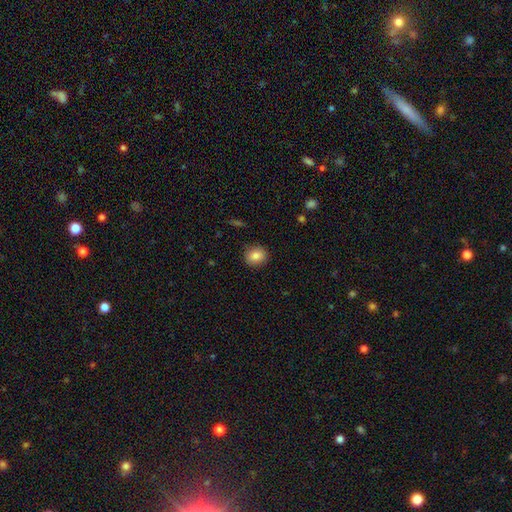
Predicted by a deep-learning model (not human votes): smooth_or_featured: smooth (p=0.84) [alt: star or artifact p=0.09]
how_rounded: round (p=0.75) [alt: in between p=0.24]
merging: none (p=0.89) [alt: minor disturbance p=0.08]